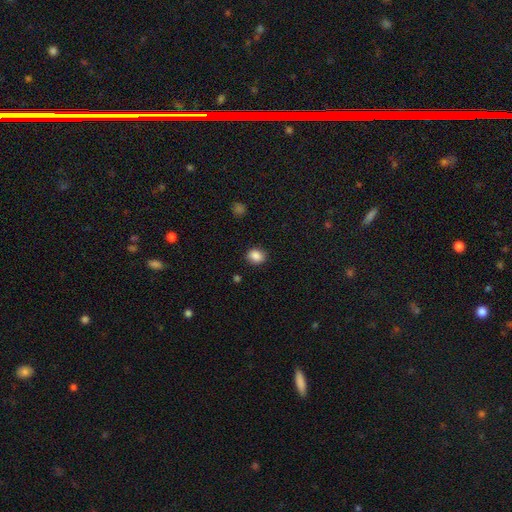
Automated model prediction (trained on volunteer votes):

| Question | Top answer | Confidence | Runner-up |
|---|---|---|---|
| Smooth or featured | smooth | 87% | star or artifact (9%) |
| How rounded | round | 57% | in between (42%) |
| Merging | none | 87% | minor disturbance (9%) |